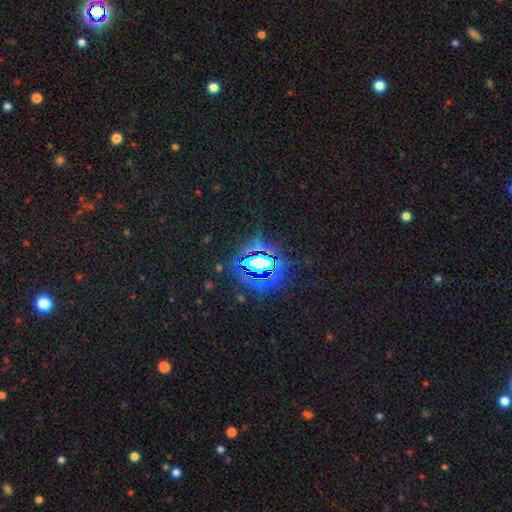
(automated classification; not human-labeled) Smooth or featured? Predicted: star or artifact (p=0.80).